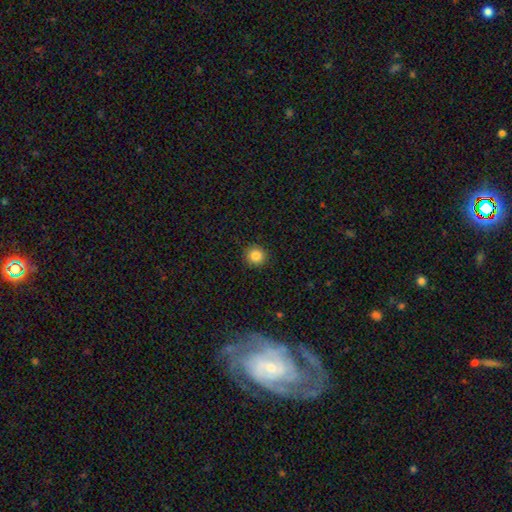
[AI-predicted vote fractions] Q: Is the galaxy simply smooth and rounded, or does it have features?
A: smooth — 86%.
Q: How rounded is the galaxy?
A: round — 94%.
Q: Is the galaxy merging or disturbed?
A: none — 92%.